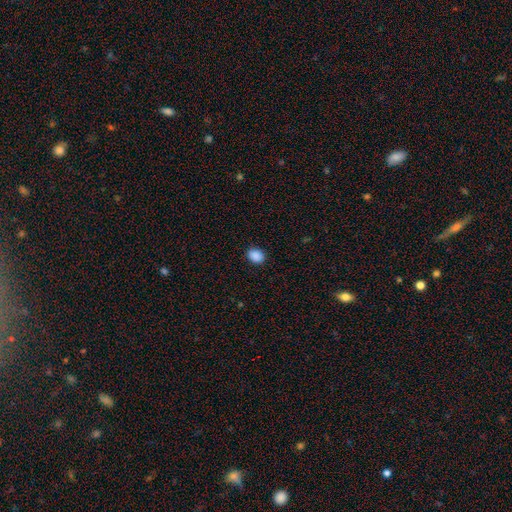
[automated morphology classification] A smooth galaxy with no disk features (89%) that is in between round and cigar-shaped (61%).

Vote fractions:
- Smooth or featured? smooth: 89% / star or artifact: 9% / featured or disk: 2%
- How rounded? in between: 61% / round: 38% / cigar-shaped: 1%
- Merging? none: 89% / minor disturbance: 8% / major disturbance: 2% / merger: 1%